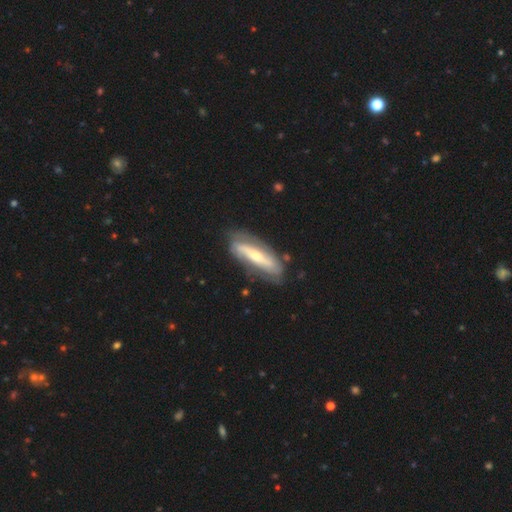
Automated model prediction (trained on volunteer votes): Morphology: type=featured or disk (69%); edge-on=no (69%); merging=none (71%).